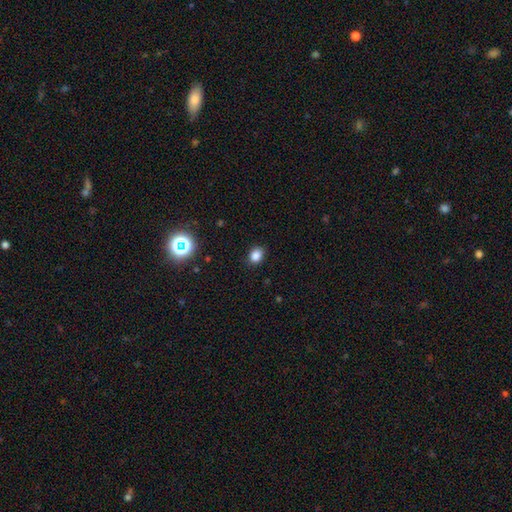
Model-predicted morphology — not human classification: The model was most divided on "how rounded": in between: 56%, round: 43%, cigar-shaped: 1%. More confident: merging — none (88%); smooth or featured — smooth (83%).